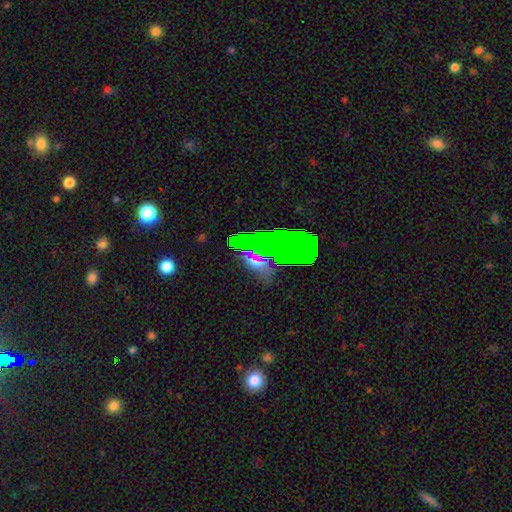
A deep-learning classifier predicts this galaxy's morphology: This appears to be a star or artifact, not a galaxy (48%).